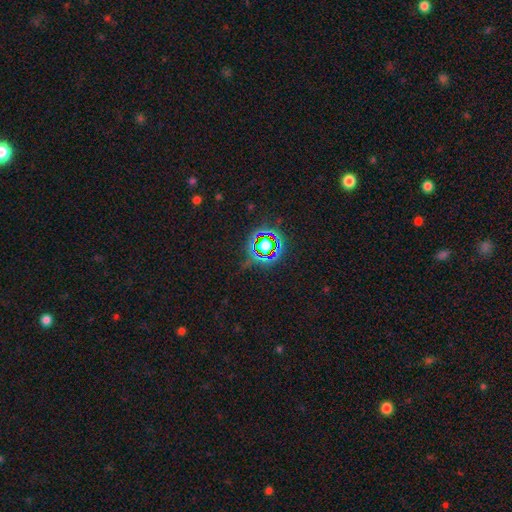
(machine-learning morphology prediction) The model was most divided on "smooth or featured": star or artifact: 76%, smooth: 14%, featured or disk: 9%.